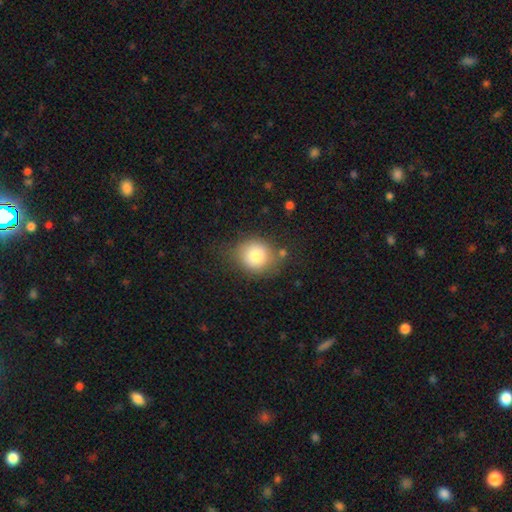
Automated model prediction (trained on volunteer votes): Smooth or featured? smooth (82%)
How rounded? round (82%)
Merging? none (71%)